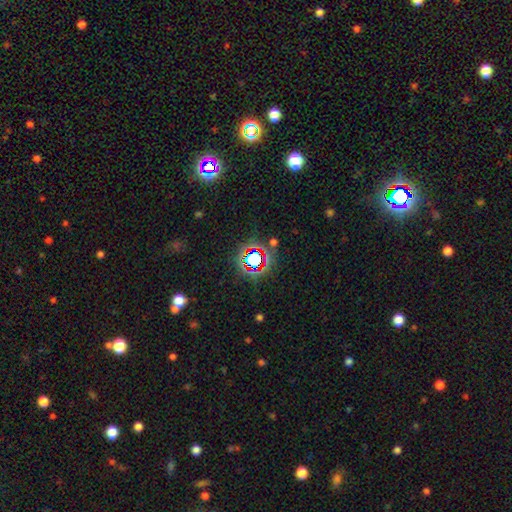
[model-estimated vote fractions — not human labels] This is likely a star or artifact rather than a galaxy (72%).